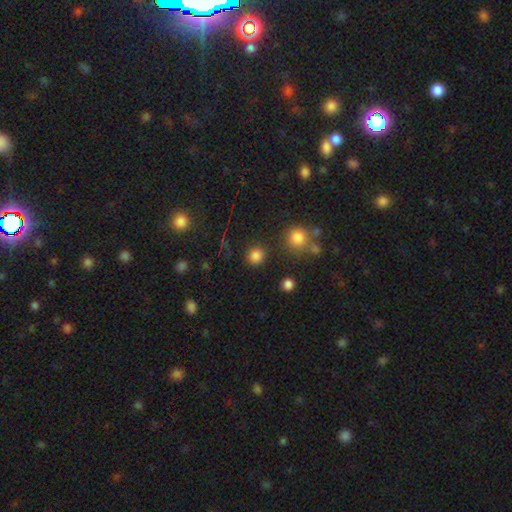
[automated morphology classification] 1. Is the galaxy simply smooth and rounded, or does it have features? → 81% smooth, 15% star or artifact, 4% featured or disk.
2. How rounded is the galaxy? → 91% round, 8% in between, 1% cigar-shaped.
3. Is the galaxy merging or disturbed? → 85% none, 8% minor disturbance, 4% merger, 3% major disturbance.